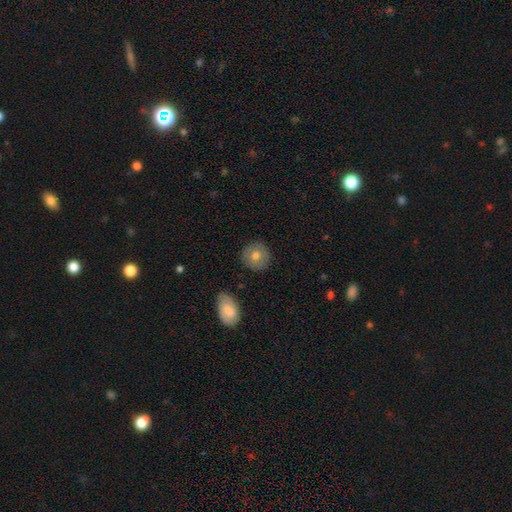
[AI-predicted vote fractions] Smooth or featured?
  - smooth: 70% *
  - featured or disk: 22%
  - star or artifact: 8%
How rounded?
  - round: 90% *
  - in between: 9%
  - cigar-shaped: 1%
Merging?
  - none: 86% *
  - minor disturbance: 10%
  - major disturbance: 2%
  - merger: 2%